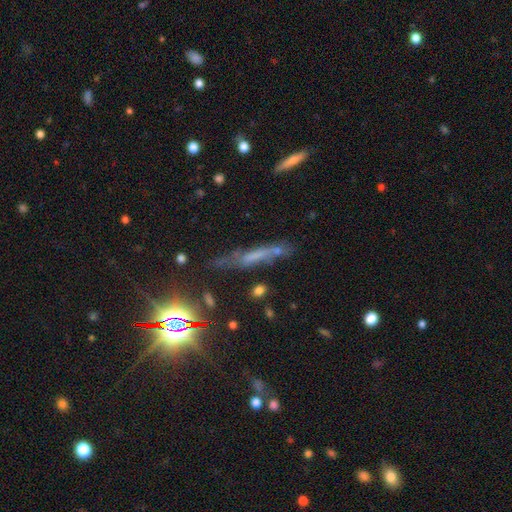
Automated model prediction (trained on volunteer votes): Morphology: type=smooth (40%); merging=none (53%).